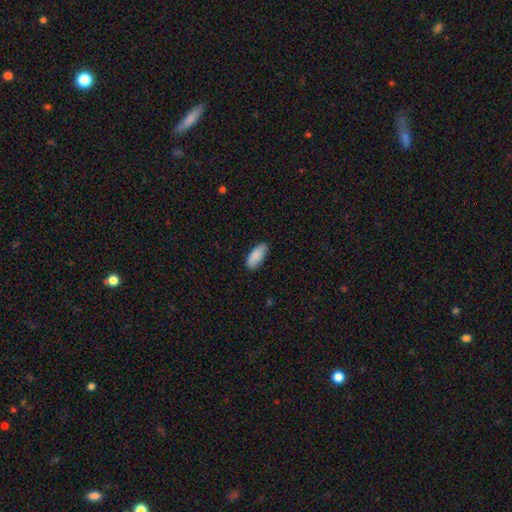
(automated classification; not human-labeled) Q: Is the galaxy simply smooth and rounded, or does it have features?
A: smooth — 88%.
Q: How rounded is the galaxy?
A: in between — 86%.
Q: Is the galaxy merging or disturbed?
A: none — 80%.